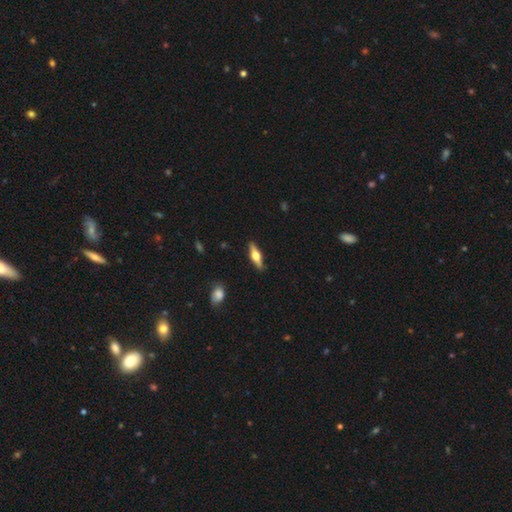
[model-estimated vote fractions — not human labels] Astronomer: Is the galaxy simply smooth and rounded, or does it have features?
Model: featured or disk — 62%.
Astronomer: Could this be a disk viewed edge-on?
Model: yes — 95%.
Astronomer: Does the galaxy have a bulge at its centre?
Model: rounded — 95%.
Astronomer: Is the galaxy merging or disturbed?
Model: none — 89%.